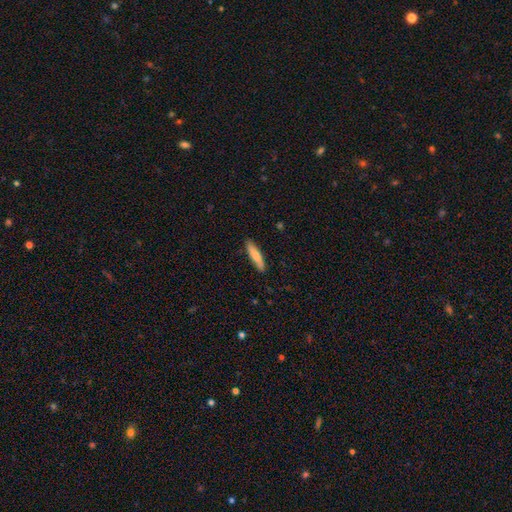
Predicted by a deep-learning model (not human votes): Q: Smooth or featured?
A: smooth (76%); runner-up: featured or disk (19%)
Q: How rounded?
A: cigar-shaped (82%); runner-up: in between (17%)
Q: Merging?
A: none (86%); runner-up: minor disturbance (11%)